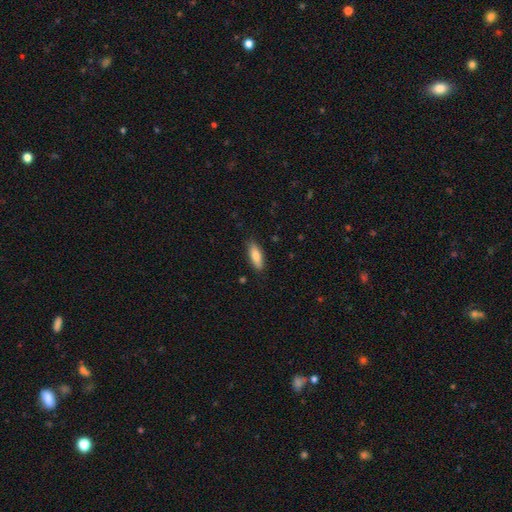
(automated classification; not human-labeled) smooth-or-featured: smooth: 81% | featured or disk: 12% | star or artifact: 6%
  how-rounded: in between: 66% | cigar-shaped: 32% | round: 2%
  merging: none: 85% | minor disturbance: 11% | major disturbance: 2% | merger: 1%